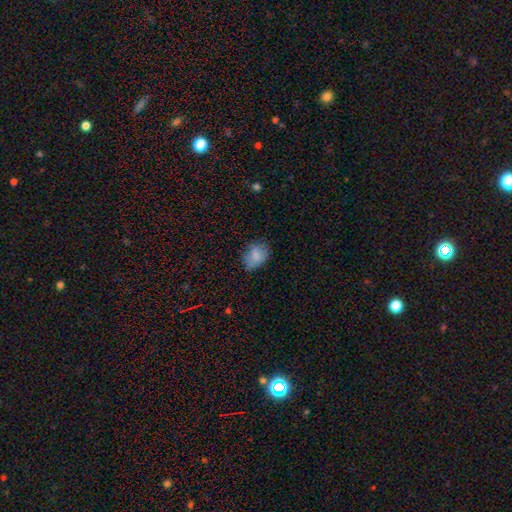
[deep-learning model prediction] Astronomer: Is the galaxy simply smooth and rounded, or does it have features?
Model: smooth — 79%.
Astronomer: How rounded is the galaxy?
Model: in between — 74%.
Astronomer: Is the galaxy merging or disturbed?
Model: none — 59%.